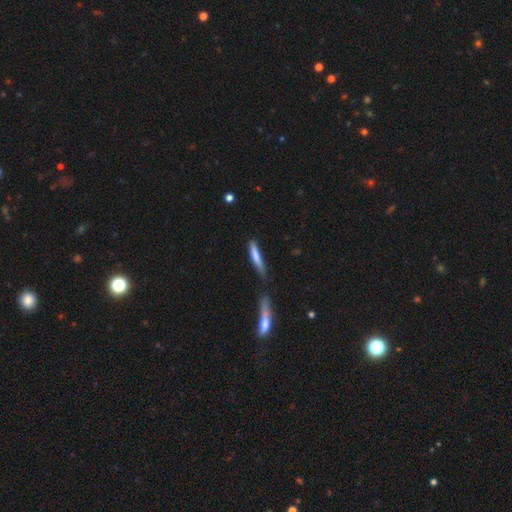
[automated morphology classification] smooth_or_featured: smooth (p=0.73) [alt: featured or disk p=0.21]
how_rounded: cigar-shaped (p=0.87) [alt: in between p=0.12]
merging: none (p=0.57) [alt: minor disturbance p=0.25]